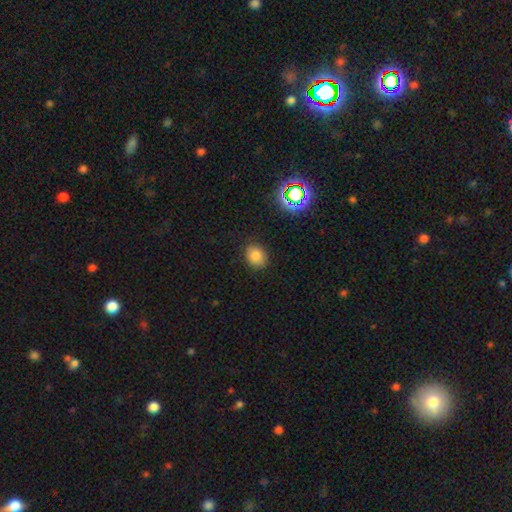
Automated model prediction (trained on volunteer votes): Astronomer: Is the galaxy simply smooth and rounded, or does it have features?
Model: smooth — 80%.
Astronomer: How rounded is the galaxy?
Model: round — 61% (runner-up: in between, 38%).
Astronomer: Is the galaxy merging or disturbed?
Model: none — 85%.